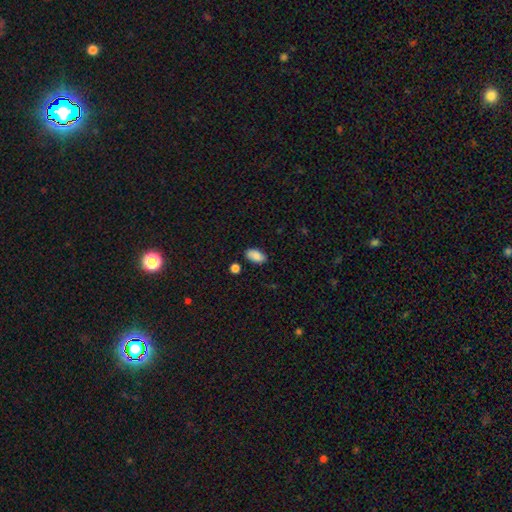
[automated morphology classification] A smooth galaxy with no disk features (85%) that is in between round and cigar-shaped (93%).

Vote fractions:
- Smooth or featured? smooth: 85% / star or artifact: 8% / featured or disk: 7%
- How rounded? in between: 93% / round: 4% / cigar-shaped: 3%
- Merging? none: 79% / minor disturbance: 14% / merger: 4% / major disturbance: 3%